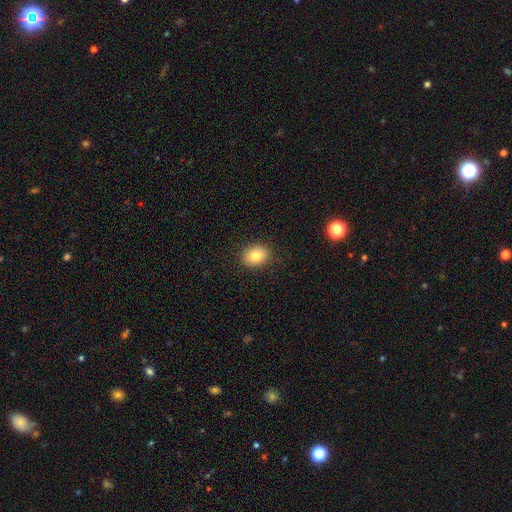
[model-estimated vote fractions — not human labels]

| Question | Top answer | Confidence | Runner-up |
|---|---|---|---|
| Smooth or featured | smooth | 82% | star or artifact (9%) |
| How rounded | in between | 52% | round (47%) |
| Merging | none | 89% | minor disturbance (8%) |